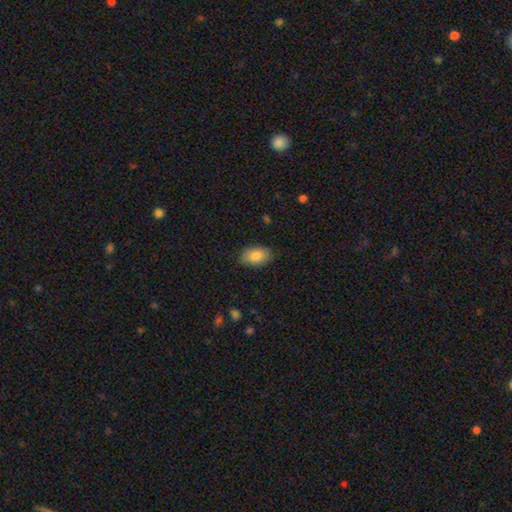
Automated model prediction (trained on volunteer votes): A smooth galaxy with no disk features (86%) that is in between round and cigar-shaped (92%).

Vote fractions:
- Smooth or featured? smooth: 86% / featured or disk: 8% / star or artifact: 6%
- How rounded? in between: 92% / round: 7% / cigar-shaped: 1%
- Merging? none: 83% / minor disturbance: 13% / major disturbance: 3% / merger: 1%